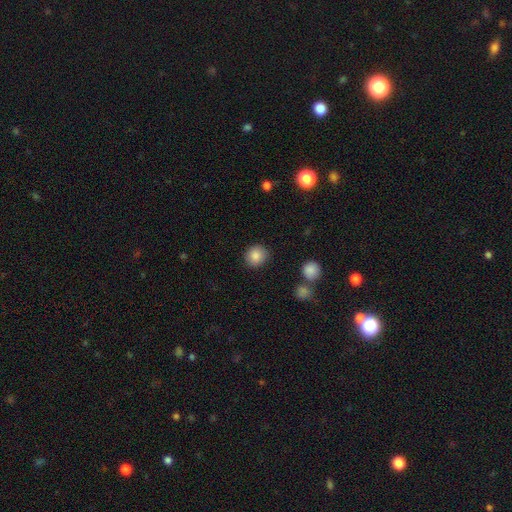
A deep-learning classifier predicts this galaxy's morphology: This appears to be a smooth galaxy with no disk features (86%) that is round (83%). Merging: none (88%).